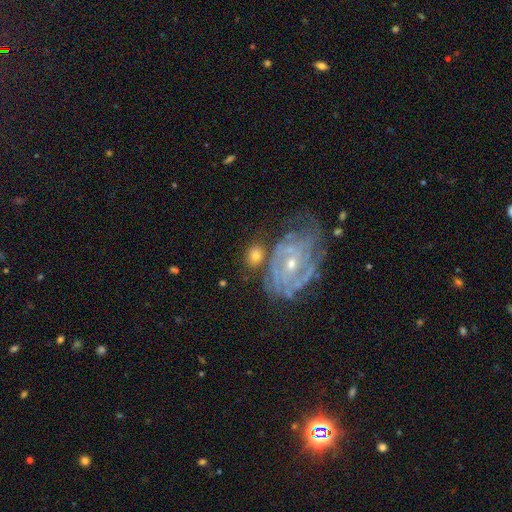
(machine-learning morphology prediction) A smooth galaxy with no disk features (51%) that is in between round and cigar-shaped (50%). Merging: none (65%).